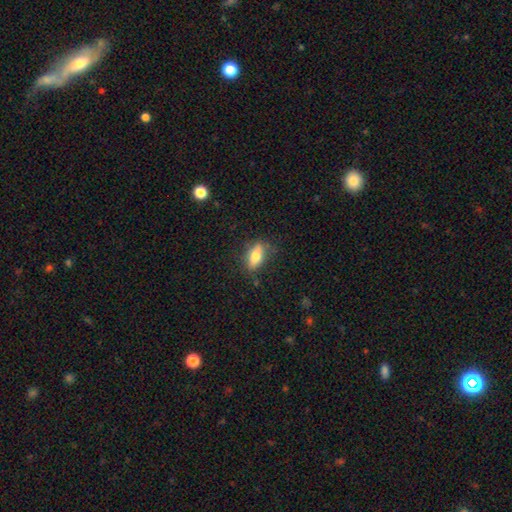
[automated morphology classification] Smooth or featured? smooth (67%)
How rounded? in between (75%)
Merging? none (79%)